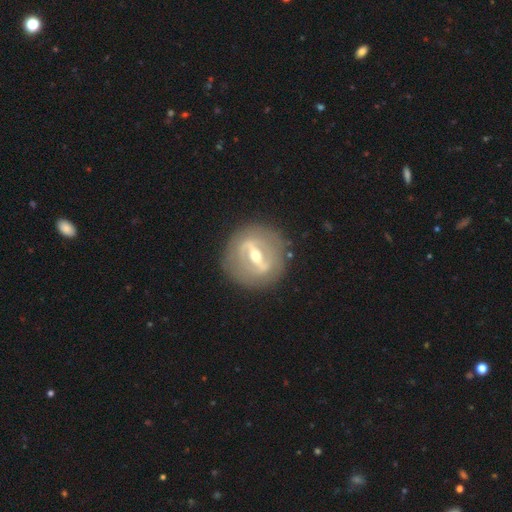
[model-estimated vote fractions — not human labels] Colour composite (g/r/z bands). It shows a featured or disk galaxy (81%) with a strong bar (77%), no spiral arms (59%) and a moderate central bulge (66%). Merging: none (84%).